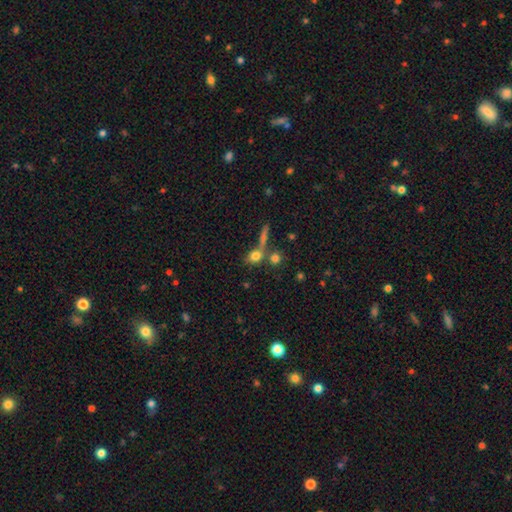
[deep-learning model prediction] smooth 75%, featured or disk 13%, star or artifact 12%. Down the decision tree: how rounded — round (55%); merging — none (48%).